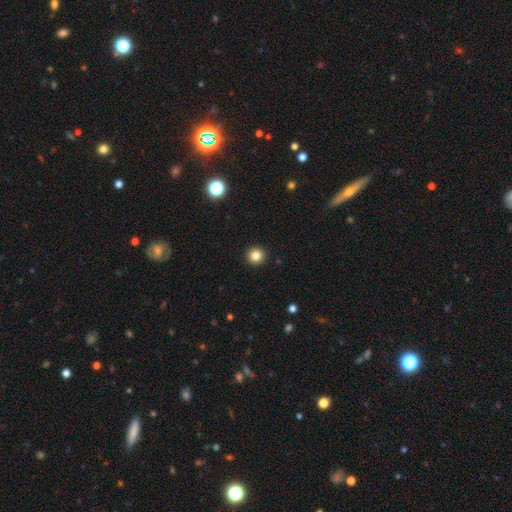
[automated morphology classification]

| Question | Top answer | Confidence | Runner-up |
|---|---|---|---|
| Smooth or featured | smooth | 83% | star or artifact (12%) |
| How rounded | round | 95% | in between (4%) |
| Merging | none | 93% | minor disturbance (4%) |